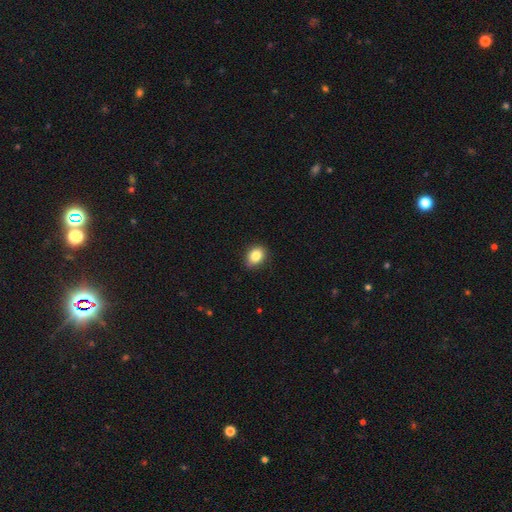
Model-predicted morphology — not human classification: This appears to be a smooth galaxy with no disk features (84%) that is in between round and cigar-shaped (52%). Merging: none (80%).